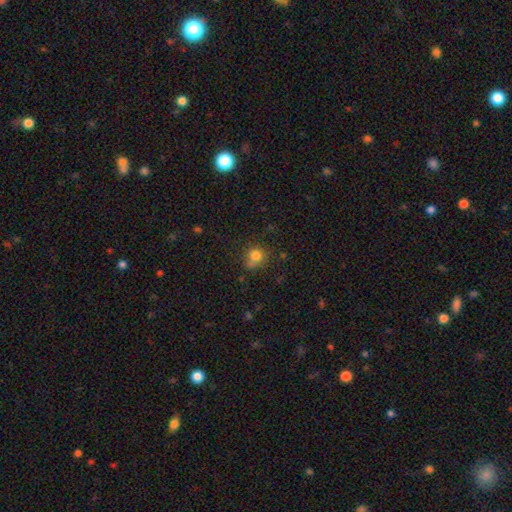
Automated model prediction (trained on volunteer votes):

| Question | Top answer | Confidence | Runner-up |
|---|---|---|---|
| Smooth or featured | smooth | 79% | star or artifact (13%) |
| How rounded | round | 82% | in between (17%) |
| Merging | none | 59% | minor disturbance (22%) |